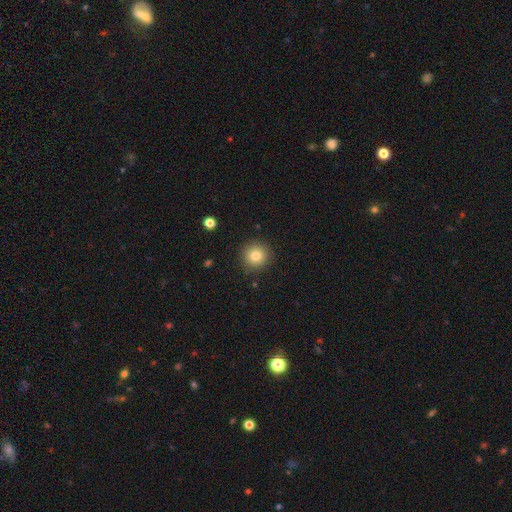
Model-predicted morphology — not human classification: The model was most divided on "smooth or featured": smooth: 81%, star or artifact: 11%, featured or disk: 8%. More confident: how rounded — round (94%); merging — none (90%).